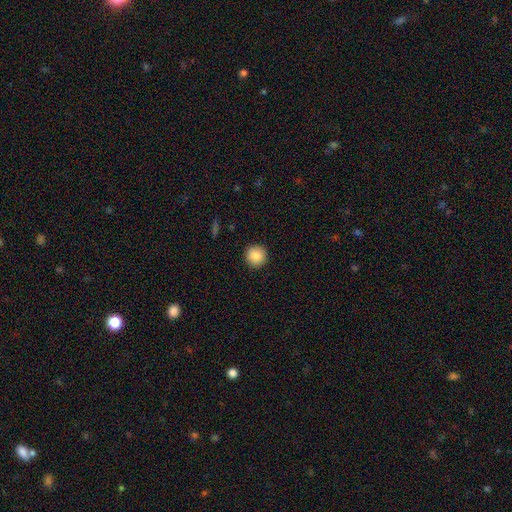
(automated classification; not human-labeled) This is clearly a smooth galaxy (87%). How rounded: clearly round (95%). Merging: clearly none (92%).